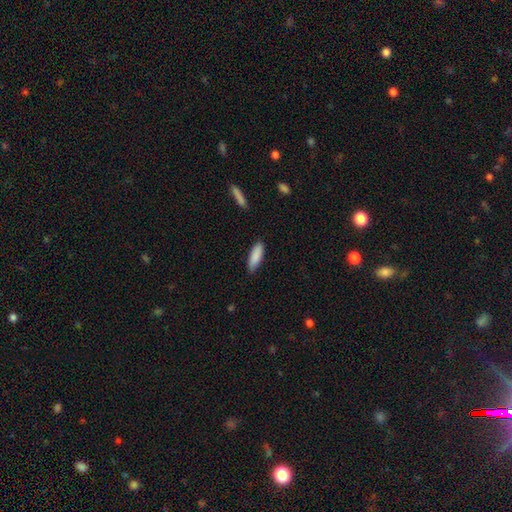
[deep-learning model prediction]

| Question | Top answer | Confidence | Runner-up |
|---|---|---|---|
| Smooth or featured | smooth | 88% | featured or disk (6%) |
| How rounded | in between | 51% | cigar-shaped (47%) |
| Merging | none | 83% | minor disturbance (13%) |